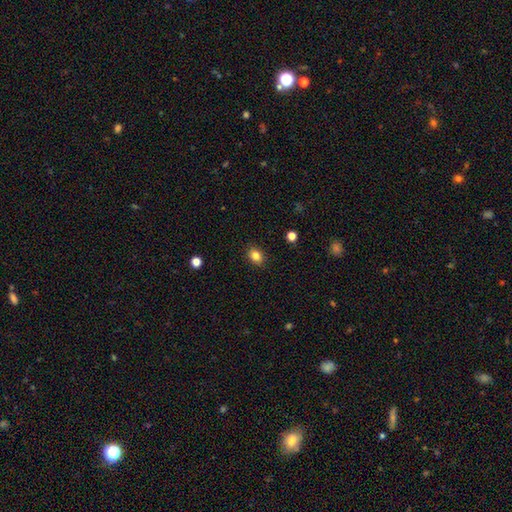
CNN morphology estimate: This is clearly a smooth galaxy (84%). How rounded: possibly in between (60%). Merging: clearly none (88%).